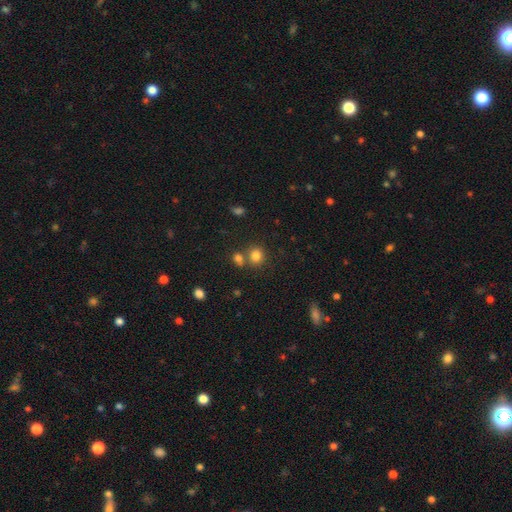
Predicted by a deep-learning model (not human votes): Smooth or featured? Predicted: smooth (p=0.81). How rounded? Predicted: round (p=0.78). Merging? Predicted: none (p=0.62).